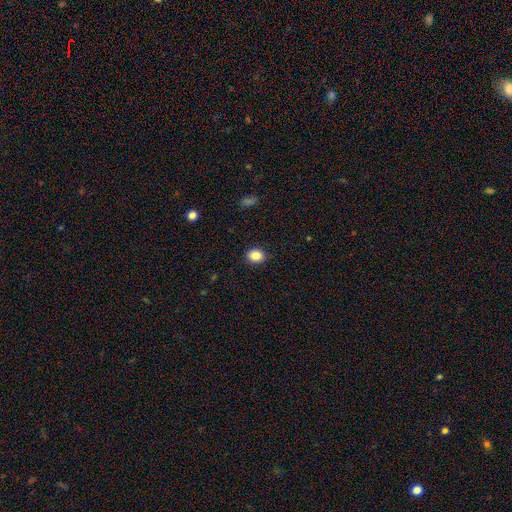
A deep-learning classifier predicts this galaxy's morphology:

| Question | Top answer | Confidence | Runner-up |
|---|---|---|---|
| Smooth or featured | smooth | 85% | star or artifact (9%) |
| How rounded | in between | 53% | round (47%) |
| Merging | none | 89% | minor disturbance (8%) |